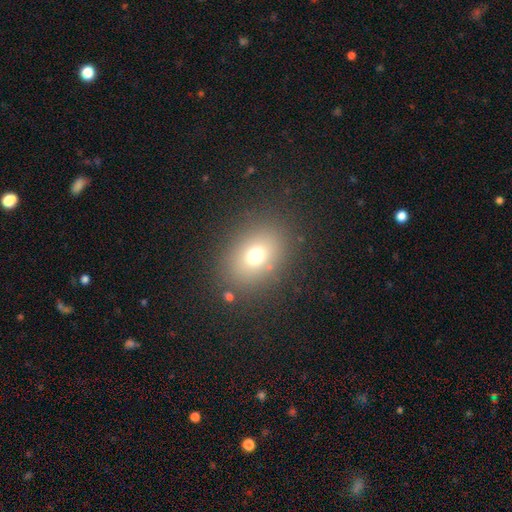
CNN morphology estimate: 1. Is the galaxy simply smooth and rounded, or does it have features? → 70% smooth, 18% star or artifact, 12% featured or disk.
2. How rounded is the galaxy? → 55% in between, 44% round, 1% cigar-shaped.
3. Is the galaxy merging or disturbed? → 83% none, 9% minor disturbance, 5% major disturbance, 2% merger.